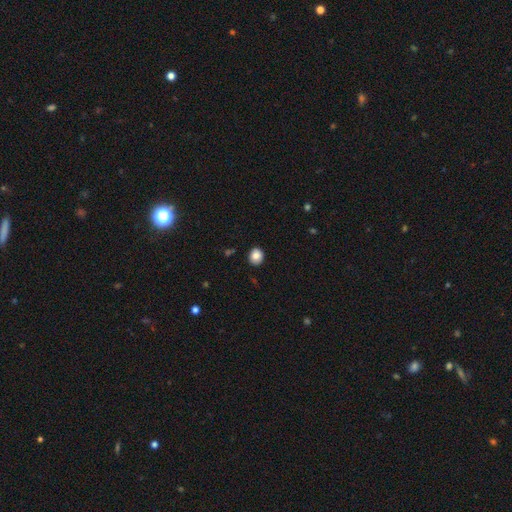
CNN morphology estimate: This appears to be a smooth galaxy with no disk features (83%) that is round (72%). Merging: none (90%).